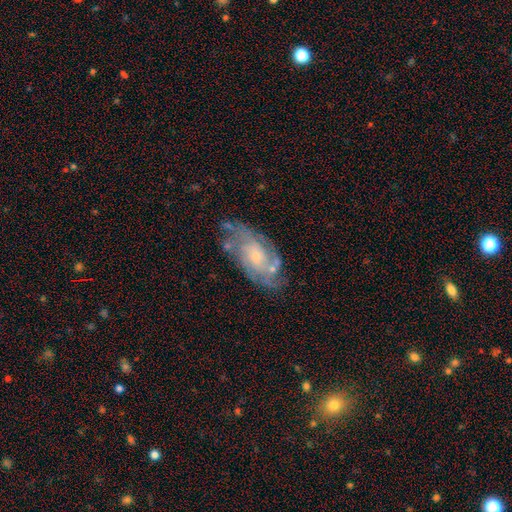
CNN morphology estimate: smooth-or-featured: featured or disk: 77% | smooth: 16% | star or artifact: 7%
  disk-edge-on: no: 94% | yes: 6%
    bar: no: 71% | weak: 25% | strong: 4%
    has-spiral-arms: yes: 88% | no: 12%
      spiral-winding: tight: 53% | medium: 36% | loose: 11%
      spiral-arm-count: can't tell: 44% | 2: 21% | 3: 14% | 4: 12% | more than 4: 5% | 1: 4%
    bulge-size: small: 60% | moderate: 31% | none: 5% | large: 3% | dominant: 1%
  merging: none: 67% | minor disturbance: 21% | major disturbance: 8% | merger: 4%